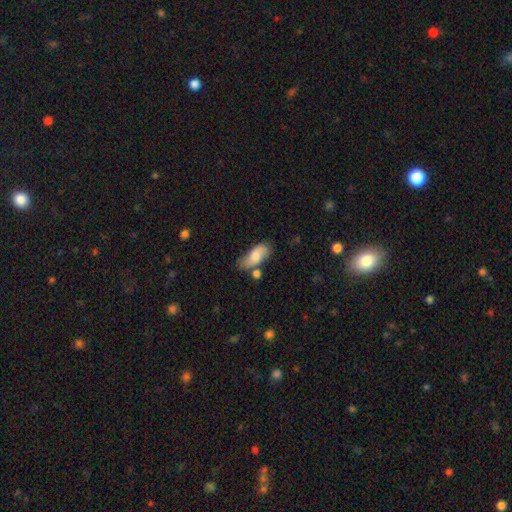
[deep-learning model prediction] Morphology: type=smooth (69%); roundness=in between (84%); merging=none (56%).